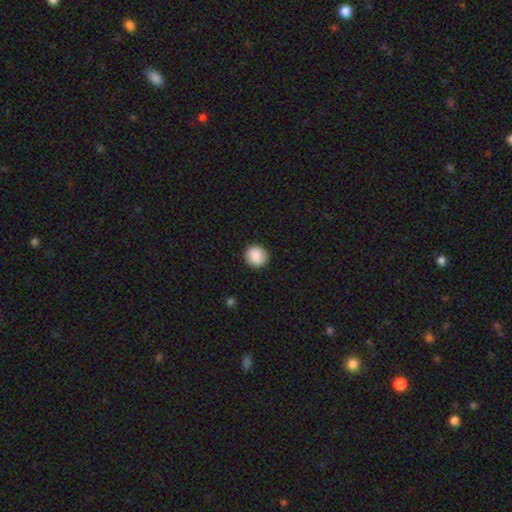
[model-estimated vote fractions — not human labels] smooth_or_featured: smooth (p=0.87) [alt: star or artifact p=0.08]
how_rounded: round (p=0.91) [alt: in between p=0.08]
merging: none (p=0.91) [alt: minor disturbance p=0.07]